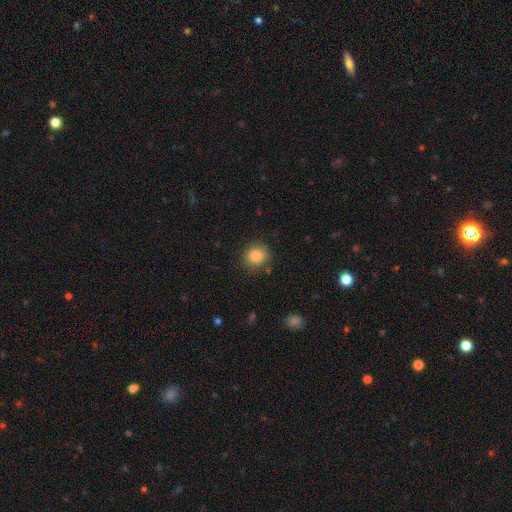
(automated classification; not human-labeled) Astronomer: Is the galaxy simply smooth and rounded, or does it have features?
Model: smooth — 84%.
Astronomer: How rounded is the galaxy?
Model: round — 84%.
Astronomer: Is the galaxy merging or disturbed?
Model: none — 82%.